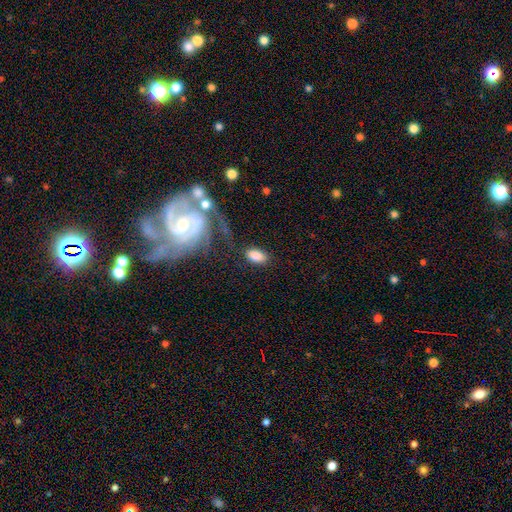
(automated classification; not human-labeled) A smooth galaxy with no disk features (83%) that is in between round and cigar-shaped (92%). Merging: none (76%).